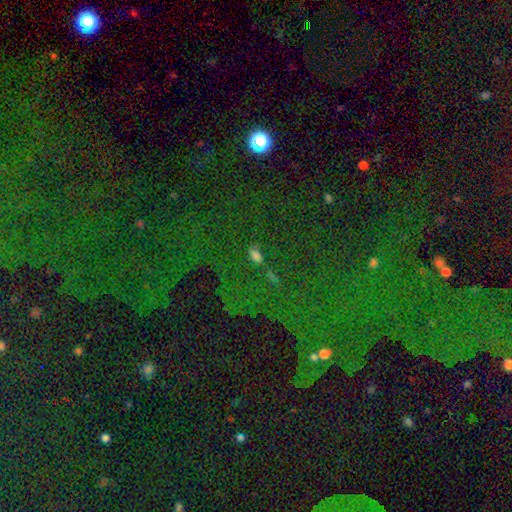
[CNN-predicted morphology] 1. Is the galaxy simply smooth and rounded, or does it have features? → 55% smooth, 36% star or artifact, 9% featured or disk.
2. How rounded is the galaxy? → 85% in between, 8% round, 7% cigar-shaped.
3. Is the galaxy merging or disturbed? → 67% none, 18% minor disturbance, 9% major disturbance, 6% merger.